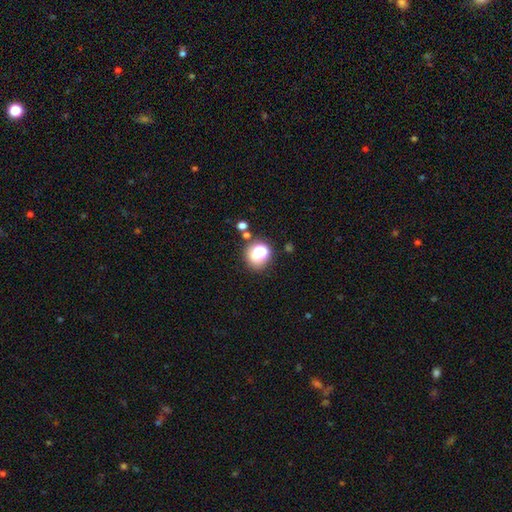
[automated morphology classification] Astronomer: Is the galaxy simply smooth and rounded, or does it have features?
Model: smooth — 63%.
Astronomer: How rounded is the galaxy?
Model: round — 76%.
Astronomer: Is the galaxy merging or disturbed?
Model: none — 62%.